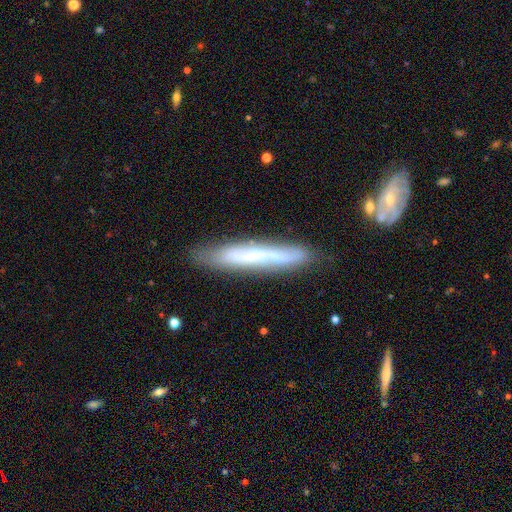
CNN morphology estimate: smooth-or-featured: featured or disk: 55% | smooth: 37% | star or artifact: 8%
  disk-edge-on: yes: 72% | no: 28%
  merging: none: 75% | minor disturbance: 16% | merger: 4% | major disturbance: 4%